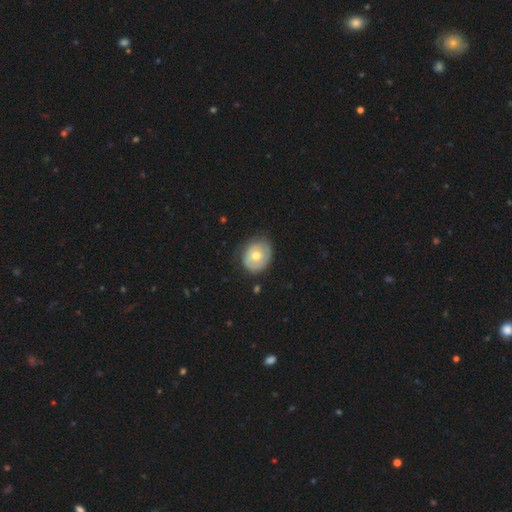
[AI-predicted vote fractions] A smooth galaxy with no disk features (54%) that is round (59%). Merging: none (68%).